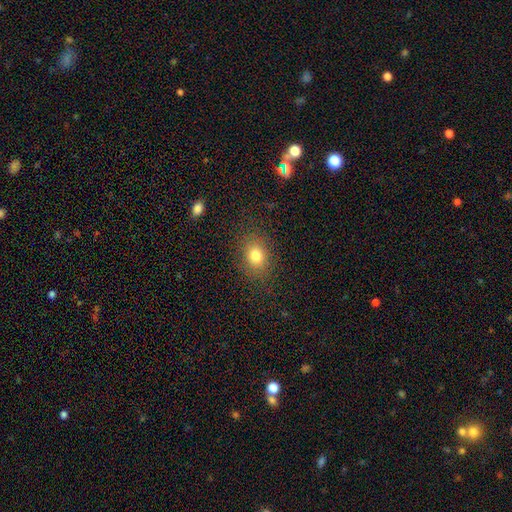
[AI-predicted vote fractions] The model was most divided on "how rounded": in between: 55%, round: 44%, cigar-shaped: 1%. More confident: merging — none (84%); smooth or featured — smooth (79%).